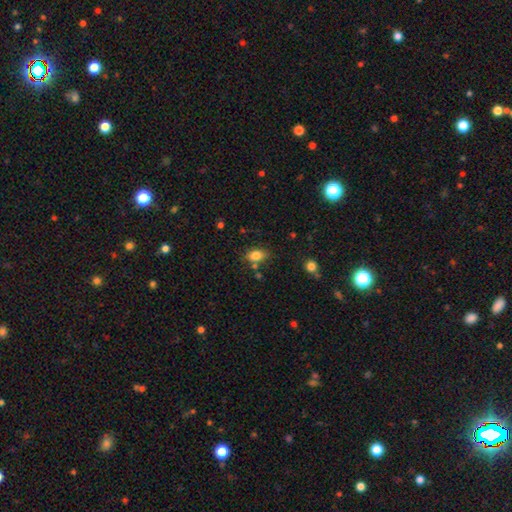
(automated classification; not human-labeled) Smooth or featured? Predicted: smooth (p=0.83). How rounded? Predicted: in between (p=0.83). Merging? Predicted: none (p=0.73).